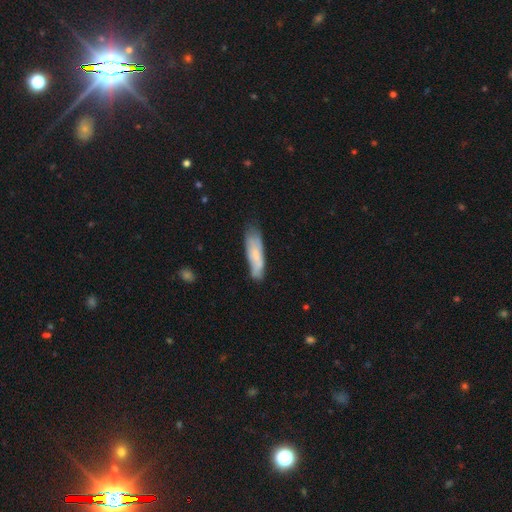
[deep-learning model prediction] smooth 62%, featured or disk 31%, star or artifact 6%. Down the decision tree: how rounded — cigar-shaped (60%); merging — none (63%).